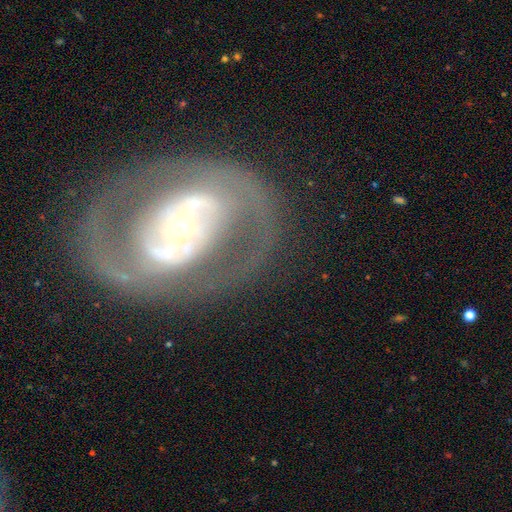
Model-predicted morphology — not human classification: Smooth or featured? Predicted: featured or disk (p=0.83). Edge-on disk? Predicted: no (p=0.95). Bar? Predicted: strong (p=0.36). Spiral arms? Predicted: yes (p=0.74). Spiral winding? Predicted: medium (p=0.44). Spiral arm count? Predicted: 2 (p=0.77). Bulge size? Predicted: moderate (p=0.49). Merging? Predicted: none (p=0.72).